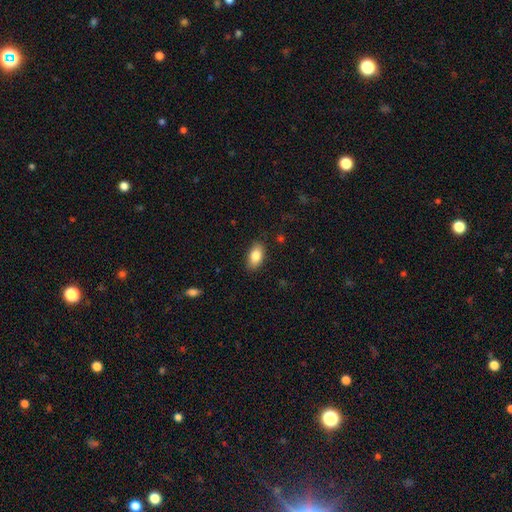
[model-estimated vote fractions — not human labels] Smooth or featured: smooth — 84% (featured or disk — 9%)
How rounded: in between — 92% (round — 5%)
Merging: none — 86% (minor disturbance — 11%)